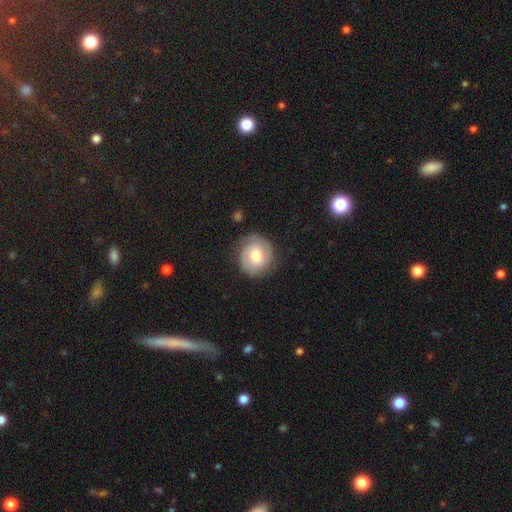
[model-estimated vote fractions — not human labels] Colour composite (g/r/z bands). It shows a featured or disk galaxy (55%) with no bar (54%), spiral arms (81%) and a moderate central bulge (73%). Merging: none (78%).